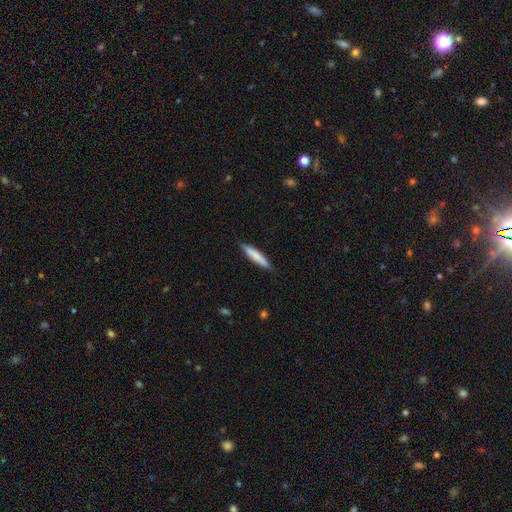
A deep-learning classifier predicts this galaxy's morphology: Smooth or featured: smooth — 74% (featured or disk — 20%)
How rounded: cigar-shaped — 90% (in between — 9%)
Merging: none — 84% (minor disturbance — 13%)